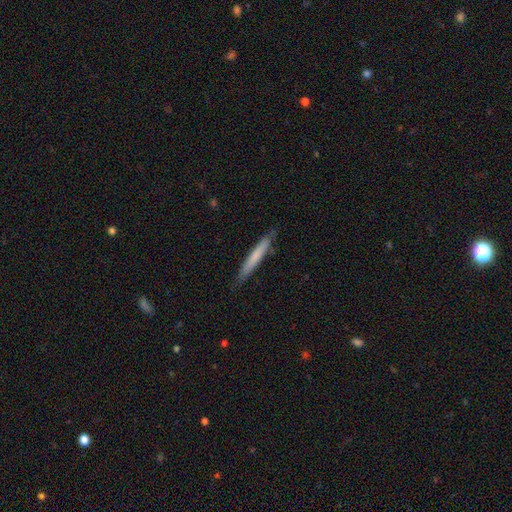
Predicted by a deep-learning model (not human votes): Overall: smooth (66%; featured or disk 29%). How rounded: cigar-shaped (96%). Merging: none (85%).